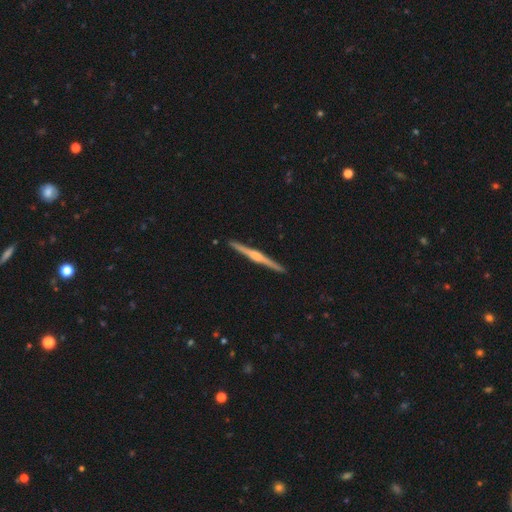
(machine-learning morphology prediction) This appears to be a featured or disk galaxy (81%) viewed edge-on (99%) with a rounded central bulge (74%). Merging: none (93%).